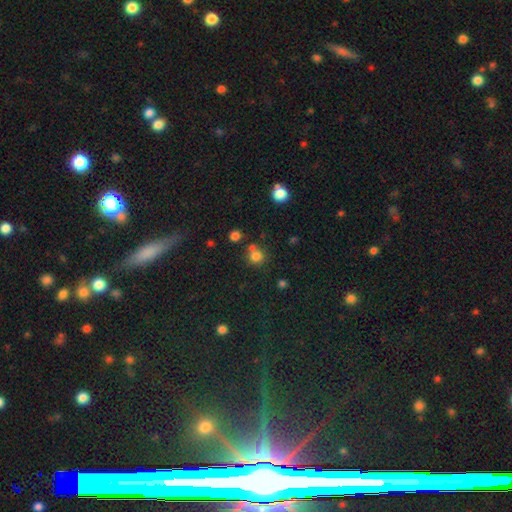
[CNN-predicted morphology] Q: Smooth or featured?
A: smooth (77%); runner-up: star or artifact (16%)
Q: How rounded?
A: round (87%); runner-up: in between (12%)
Q: Merging?
A: none (63%); runner-up: merger (24%)